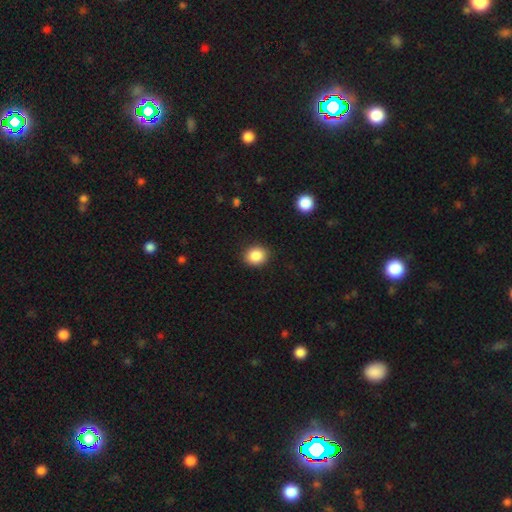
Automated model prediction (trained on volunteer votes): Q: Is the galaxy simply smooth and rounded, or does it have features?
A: smooth — 87%.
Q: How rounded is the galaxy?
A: round — 68%.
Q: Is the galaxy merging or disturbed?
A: none — 90%.